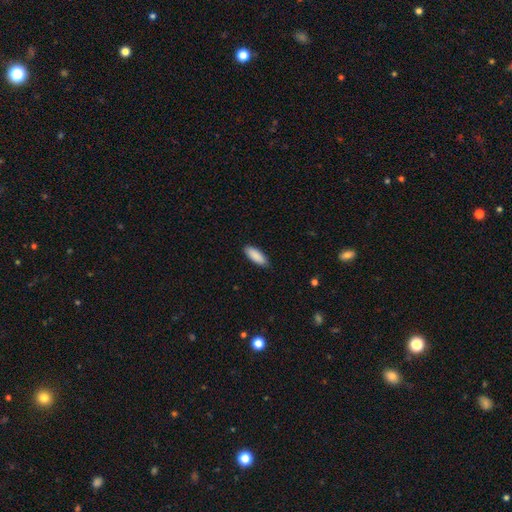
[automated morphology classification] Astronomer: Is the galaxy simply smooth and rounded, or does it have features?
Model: smooth — 90%.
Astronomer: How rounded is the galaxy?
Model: in between — 72%.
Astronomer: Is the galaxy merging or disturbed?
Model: none — 87%.